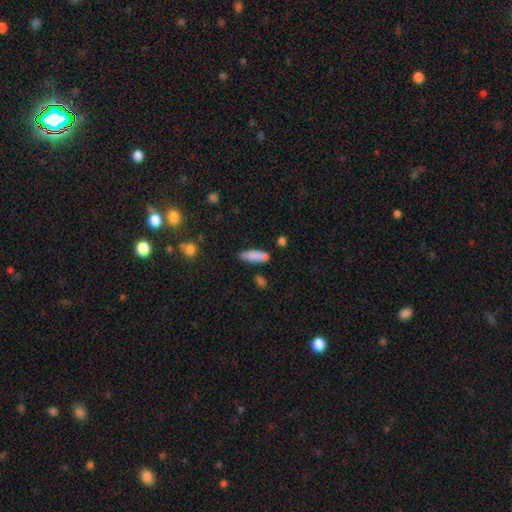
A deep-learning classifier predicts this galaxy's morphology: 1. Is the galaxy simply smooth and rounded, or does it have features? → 85% smooth, 9% featured or disk, 6% star or artifact.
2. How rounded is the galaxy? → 55% cigar-shaped, 43% in between, 2% round.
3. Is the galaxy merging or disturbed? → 76% none, 16% minor disturbance, 5% merger, 3% major disturbance.